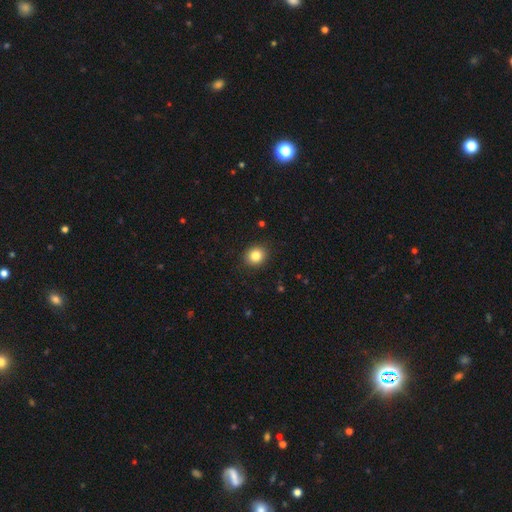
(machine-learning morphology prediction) Q: Smooth or featured?
A: smooth (84%); runner-up: star or artifact (10%)
Q: How rounded?
A: round (77%); runner-up: in between (22%)
Q: Merging?
A: none (90%); runner-up: minor disturbance (7%)